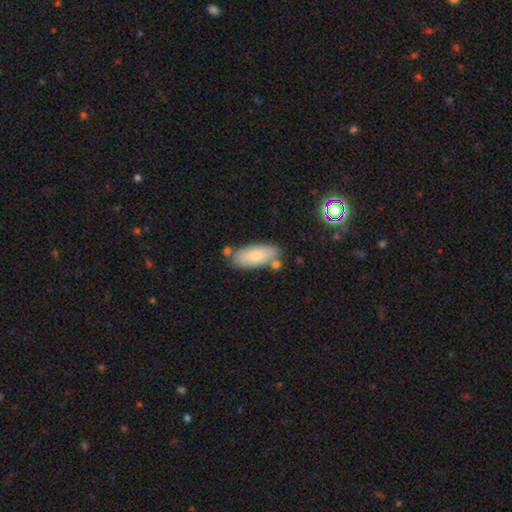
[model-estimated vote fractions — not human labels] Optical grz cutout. It shows a smooth galaxy with no disk features (74%) that is in between round and cigar-shaped (83%). Merging: none (71%).